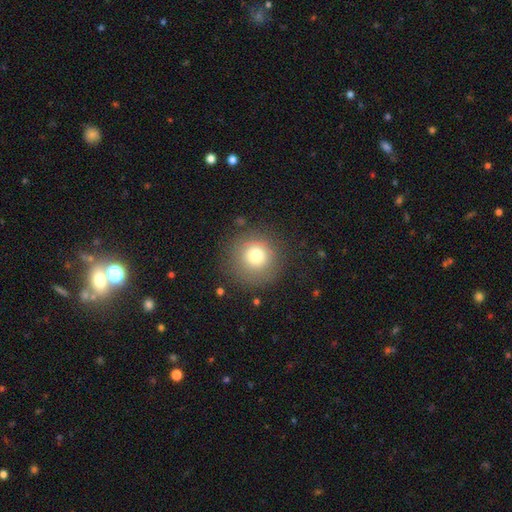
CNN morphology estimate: Smooth or featured? Predicted: smooth (p=0.75). How rounded? Predicted: round (p=0.95). Merging? Predicted: none (p=0.84).